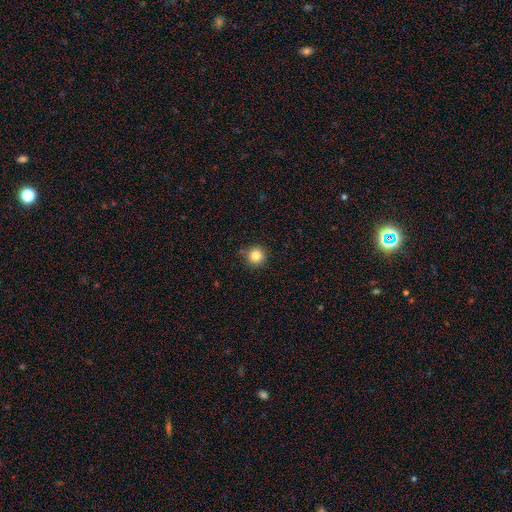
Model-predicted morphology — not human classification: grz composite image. It shows a smooth galaxy with no disk features (84%) that is round (95%). Merging: none (88%).